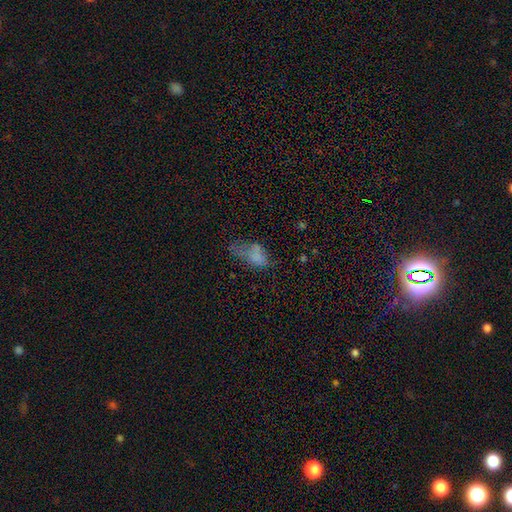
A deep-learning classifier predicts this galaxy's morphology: Overall: smooth (63%). How rounded: in between (89%). Merging: major disturbance (39%; minor disturbance 28%).